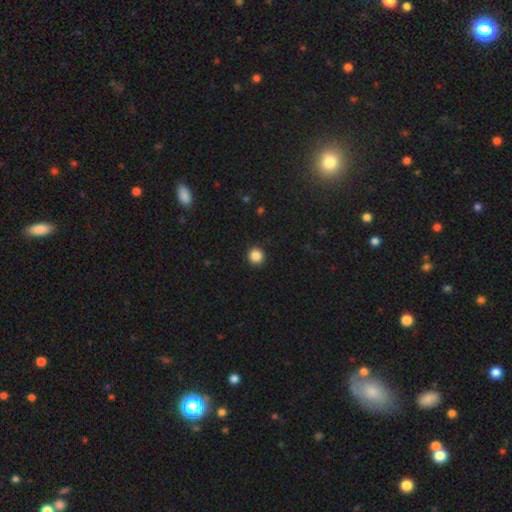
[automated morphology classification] This is clearly a smooth galaxy (87%). How rounded: clearly round (94%). Merging: clearly none (93%).